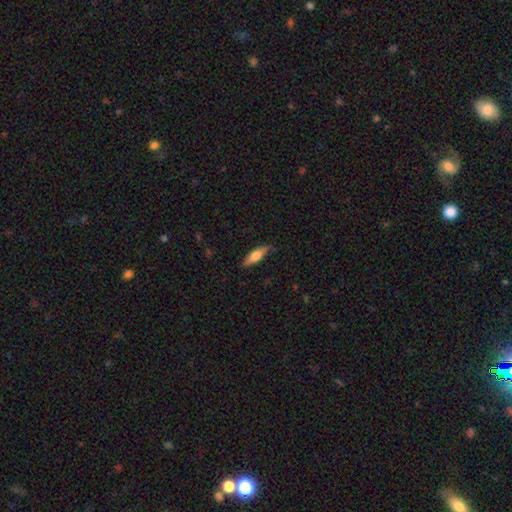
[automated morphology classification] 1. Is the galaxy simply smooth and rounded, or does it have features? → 64% smooth, 30% featured or disk, 6% star or artifact.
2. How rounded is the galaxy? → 53% cigar-shaped, 45% in between, 2% round.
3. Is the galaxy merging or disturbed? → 77% none, 18% minor disturbance, 3% major disturbance, 1% merger.